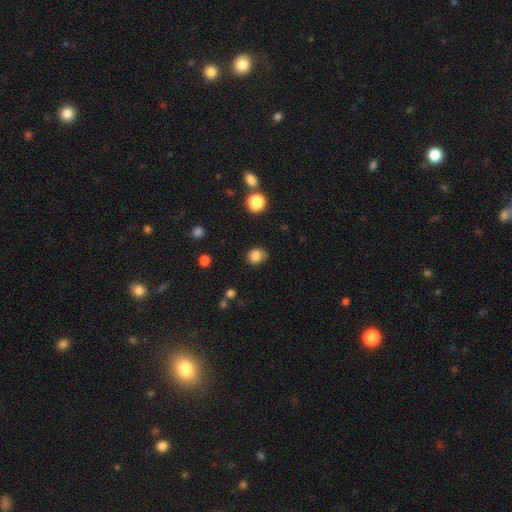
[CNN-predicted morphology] Smooth or featured? Predicted: smooth (p=0.84). How rounded? Predicted: round (p=0.69). Merging? Predicted: none (p=0.77).